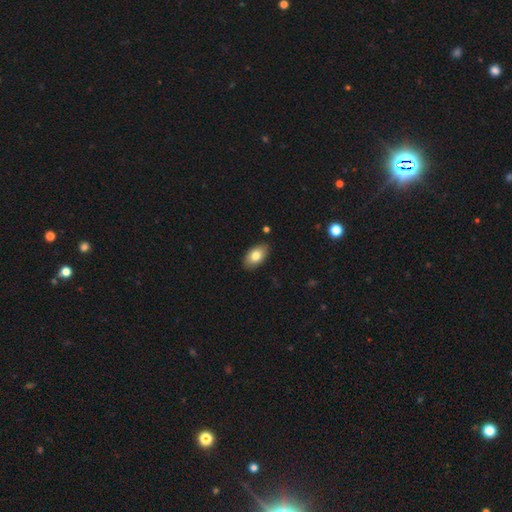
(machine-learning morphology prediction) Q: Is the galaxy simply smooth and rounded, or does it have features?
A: smooth — 79%.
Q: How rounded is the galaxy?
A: in between — 93%.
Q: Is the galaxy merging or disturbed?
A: none — 87%.